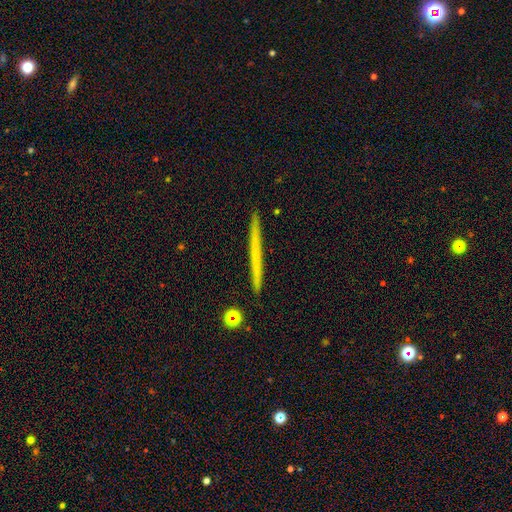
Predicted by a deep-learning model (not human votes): This is possibly a smooth galaxy (48%). Merging: clearly none (92%).